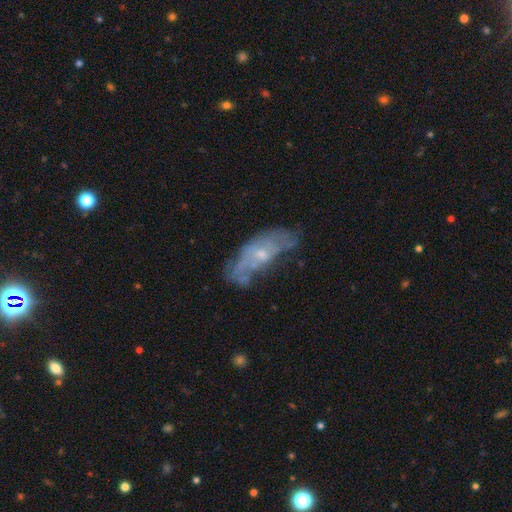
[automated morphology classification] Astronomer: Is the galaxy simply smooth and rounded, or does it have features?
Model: featured or disk — 57%.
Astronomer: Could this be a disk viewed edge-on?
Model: no — 83%.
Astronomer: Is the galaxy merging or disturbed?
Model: none — 52% (runner-up: minor disturbance, 27%).